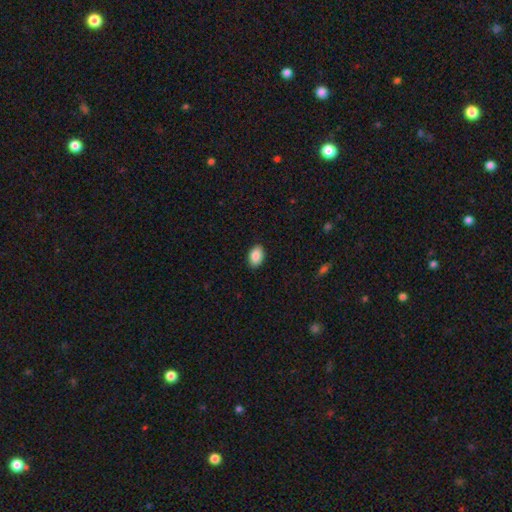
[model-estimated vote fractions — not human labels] A smooth galaxy with no disk features (88%) that is in between round and cigar-shaped (89%). Merging: none (88%).